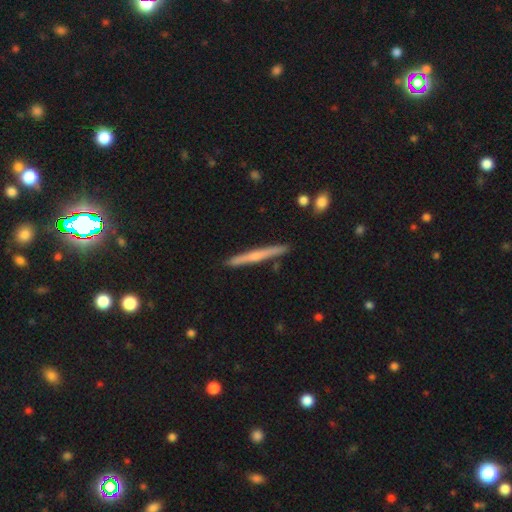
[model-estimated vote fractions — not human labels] Smooth or featured? featured or disk (58%)
Edge-on disk? yes (98%)
Edge-on bulge? rounded (63%)
Merging? none (90%)